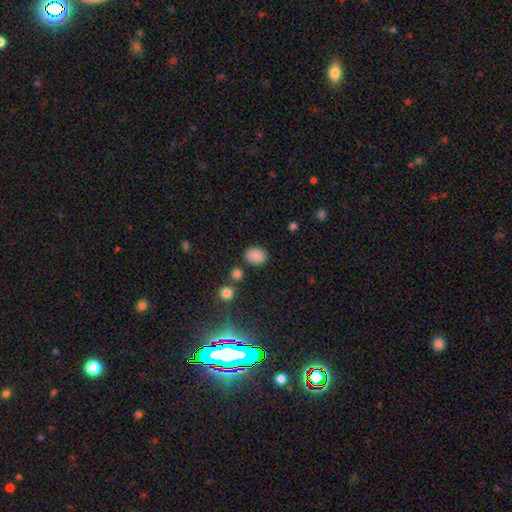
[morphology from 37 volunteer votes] Q: Smooth or featured?
A: smooth (92%); runner-up: star or artifact (5%)
Q: How rounded?
A: in between (59%); runner-up: round (41%)
Q: Merging?
A: none (74%); runner-up: minor disturbance (9%)